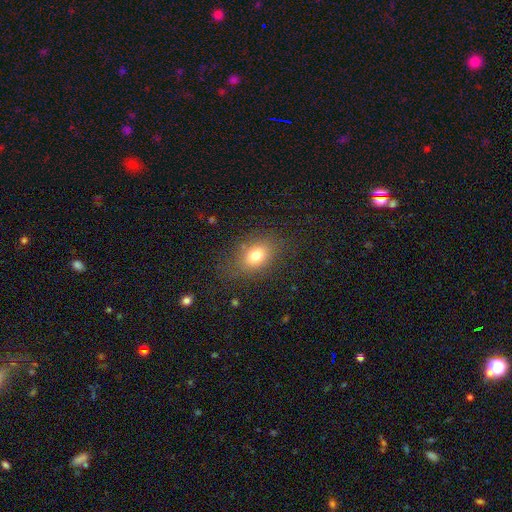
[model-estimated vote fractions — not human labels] Q: Smooth or featured?
A: smooth (75%); runner-up: star or artifact (13%)
Q: How rounded?
A: in between (66%); runner-up: round (32%)
Q: Merging?
A: none (78%); runner-up: minor disturbance (14%)